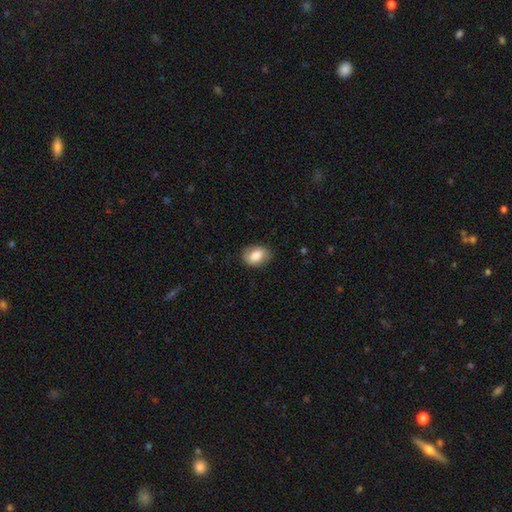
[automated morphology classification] This is likely a smooth galaxy (78%). How rounded: likely in between (74%). Merging: clearly none (82%).